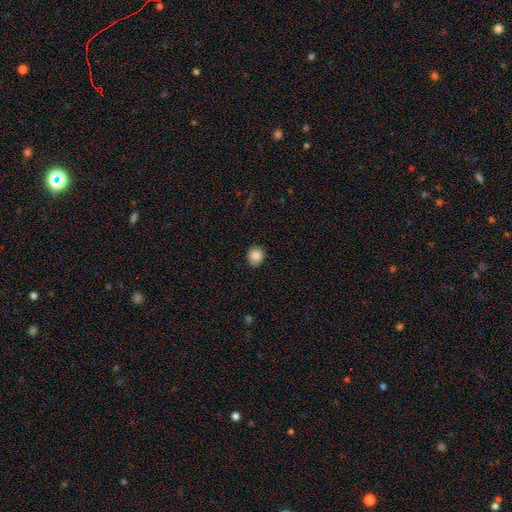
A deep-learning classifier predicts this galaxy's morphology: Smooth or featured: smooth — 86% (star or artifact — 9%)
How rounded: round — 79% (in between — 20%)
Merging: none — 89% (minor disturbance — 8%)